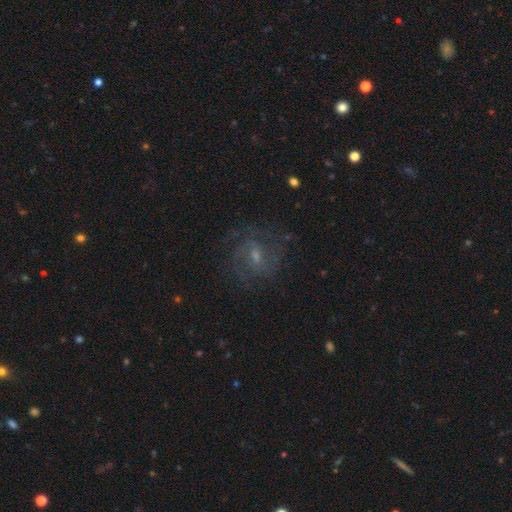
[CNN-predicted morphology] Q: Smooth or featured?
A: featured or disk (67%); runner-up: star or artifact (17%)
Q: Edge-on disk?
A: no (97%); runner-up: yes (3%)
Q: Bar?
A: weak (49%); runner-up: no (41%)
Q: Spiral arms?
A: yes (90%); runner-up: no (10%)
Q: Spiral winding?
A: medium (47%); runner-up: tight (37%)
Q: Spiral arm count?
A: 2 (34%); runner-up: can't tell (33%)
Q: Bulge size?
A: small (51%); runner-up: moderate (39%)
Q: Merging?
A: none (74%); runner-up: minor disturbance (14%)